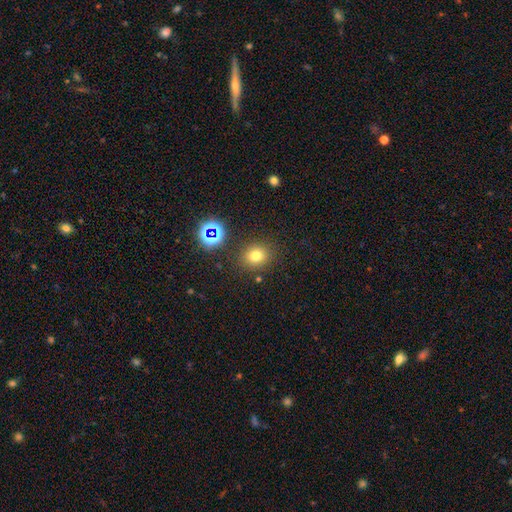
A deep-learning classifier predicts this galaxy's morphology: Overall: smooth (72%). How rounded: round (76%). Merging: none (84%).